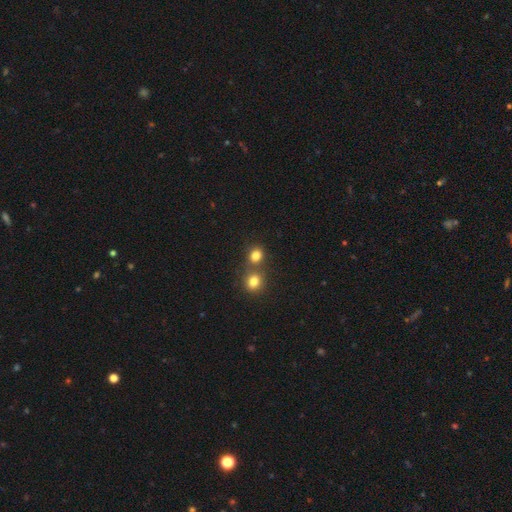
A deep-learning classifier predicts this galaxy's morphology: This appears to be a smooth galaxy with no disk features (81%) that is round (65%). Merging: none (49%).